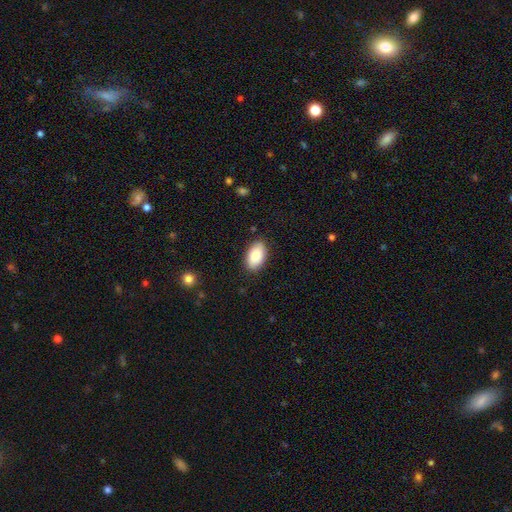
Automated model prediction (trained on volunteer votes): Smooth or featured?
  - smooth: 89% *
  - star or artifact: 6%
  - featured or disk: 5%
How rounded?
  - in between: 94% *
  - round: 4%
  - cigar-shaped: 2%
Merging?
  - none: 85% *
  - minor disturbance: 11%
  - major disturbance: 3%
  - merger: 1%